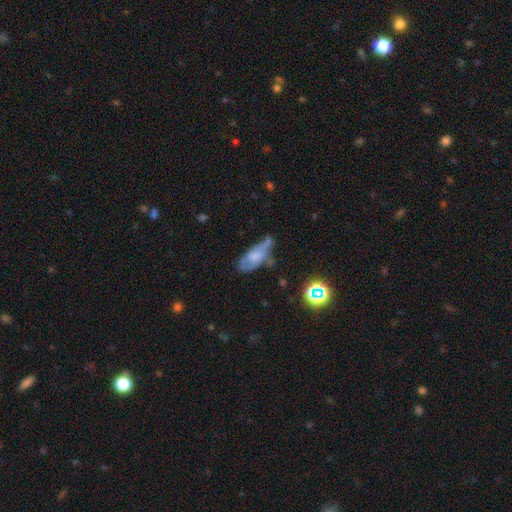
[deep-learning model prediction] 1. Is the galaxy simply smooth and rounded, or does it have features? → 47% smooth, 42% featured or disk, 11% star or artifact.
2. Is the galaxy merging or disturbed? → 39% none, 34% minor disturbance, 18% major disturbance, 9% merger.